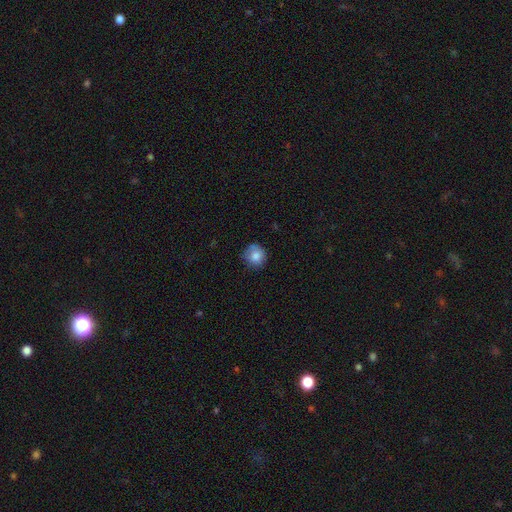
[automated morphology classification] This is clearly a smooth galaxy (80%). How rounded: clearly round (90%). Merging: likely none (69%).